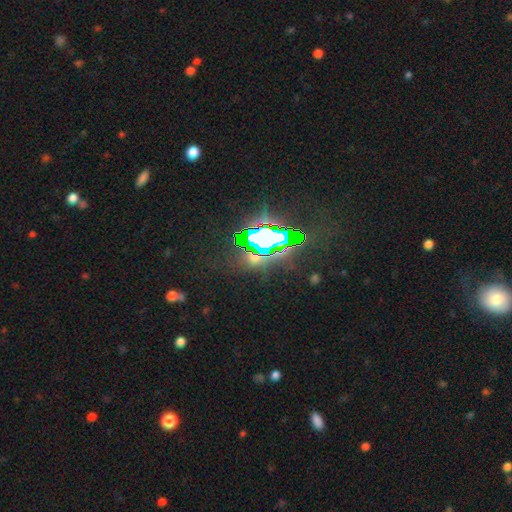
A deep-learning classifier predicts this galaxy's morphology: Q: Smooth or featured?
A: star or artifact (74%); runner-up: smooth (15%)